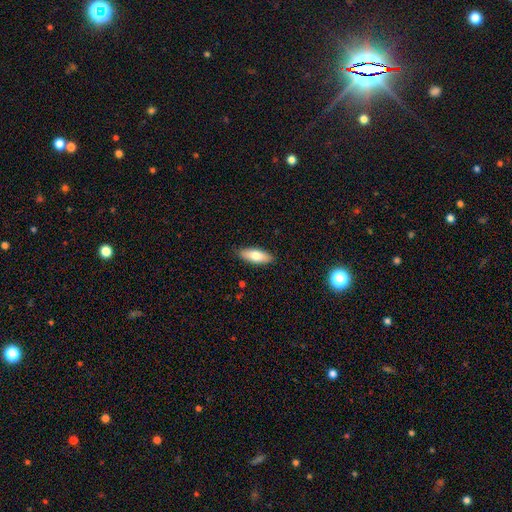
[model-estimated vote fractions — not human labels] A smooth galaxy with no disk features (74%) that is in between round and cigar-shaped (72%).

Vote fractions:
- Smooth or featured? smooth: 74% / featured or disk: 20% / star or artifact: 6%
- How rounded? in between: 72% / cigar-shaped: 26% / round: 2%
- Merging? none: 88% / minor disturbance: 9% / major disturbance: 2% / merger: 1%